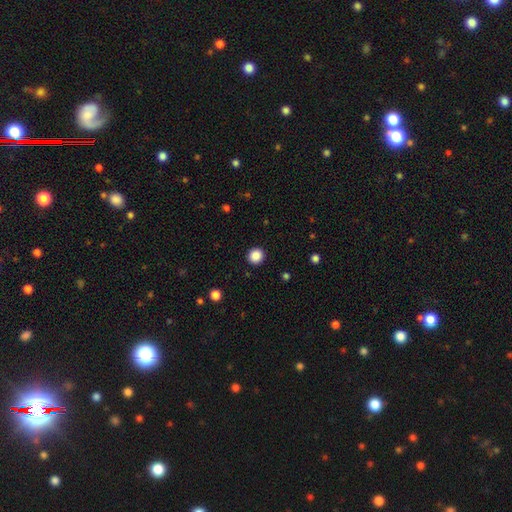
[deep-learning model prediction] This is clearly a smooth galaxy (87%). How rounded: clearly round (92%). Merging: clearly none (92%).